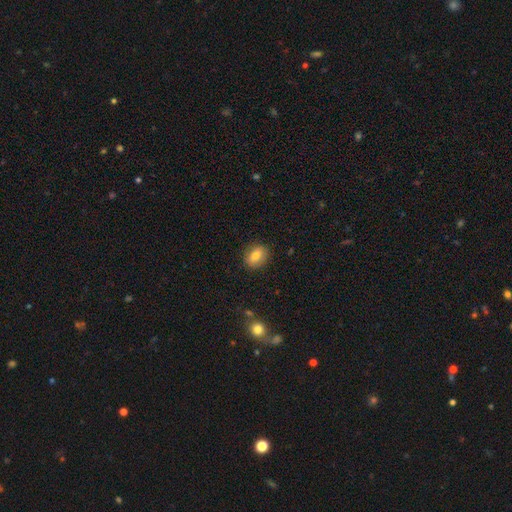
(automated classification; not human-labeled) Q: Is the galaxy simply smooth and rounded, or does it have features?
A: smooth — 75%.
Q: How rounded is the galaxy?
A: in between — 58%.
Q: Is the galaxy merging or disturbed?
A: none — 87%.